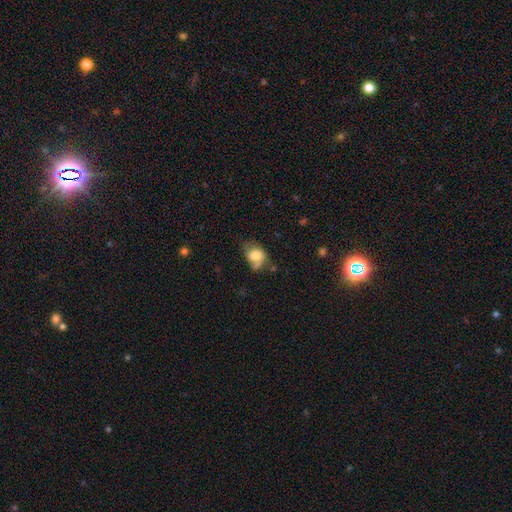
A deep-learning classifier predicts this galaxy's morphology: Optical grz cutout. It shows a smooth galaxy with no disk features (73%) that is in between round and cigar-shaped (54%). Merging: none (37%).